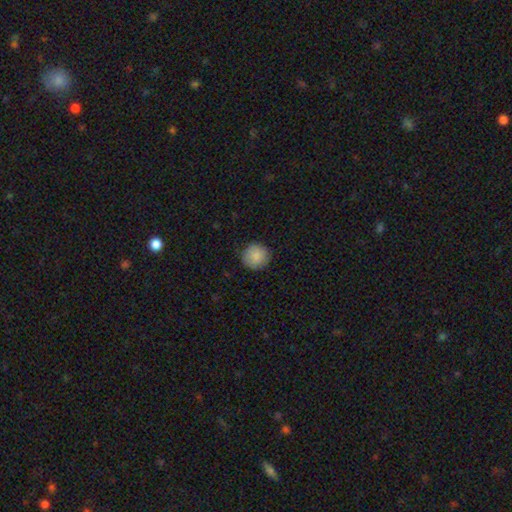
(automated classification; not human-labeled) smooth 86%, star or artifact 7%, featured or disk 6%. Down the decision tree: how rounded — round (94%); merging — none (87%).